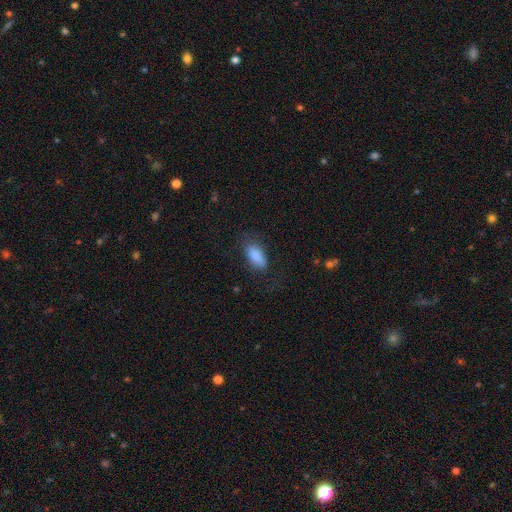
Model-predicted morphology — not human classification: Smooth or featured? Predicted: smooth (p=0.85). How rounded? Predicted: in between (p=0.88). Merging? Predicted: none (p=0.67).